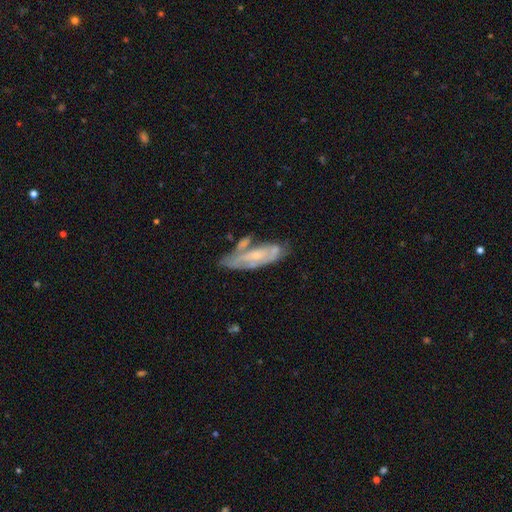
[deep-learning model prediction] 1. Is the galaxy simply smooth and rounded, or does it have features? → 65% featured or disk, 28% smooth, 7% star or artifact.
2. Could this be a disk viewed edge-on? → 79% no, 21% yes.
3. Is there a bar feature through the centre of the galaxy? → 63% no, 29% weak, 9% strong.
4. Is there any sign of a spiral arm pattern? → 66% yes, 34% no.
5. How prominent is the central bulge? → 62% small, 29% moderate, 6% none, 2% large, 1% dominant.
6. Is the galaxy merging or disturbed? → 44% none, 23% minor disturbance, 22% merger, 12% major disturbance.